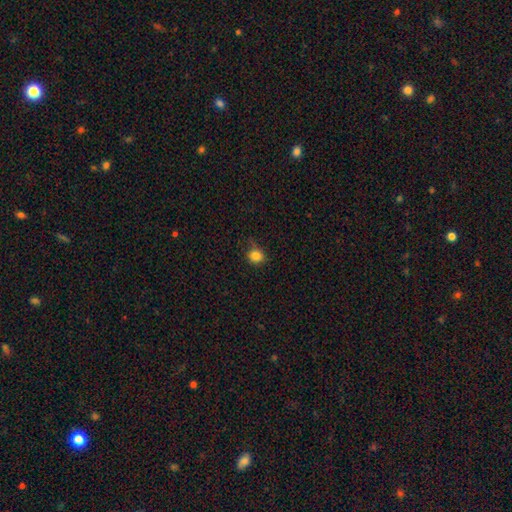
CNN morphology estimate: Smooth or featured: smooth — 83% (star or artifact — 12%)
How rounded: round — 75% (in between — 24%)
Merging: none — 71% (minor disturbance — 21%)